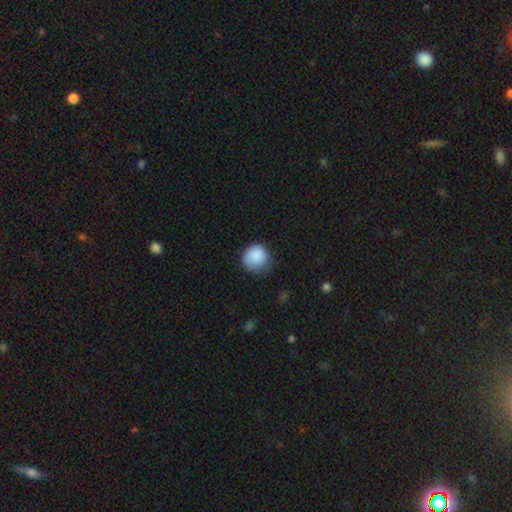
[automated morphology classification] A smooth galaxy with no disk features (87%) that is round (89%).

Vote fractions:
- Smooth or featured? smooth: 87% / star or artifact: 8% / featured or disk: 5%
- How rounded? round: 89% / in between: 10% / cigar-shaped: 1%
- Merging? none: 69% / minor disturbance: 24% / major disturbance: 6% / merger: 1%